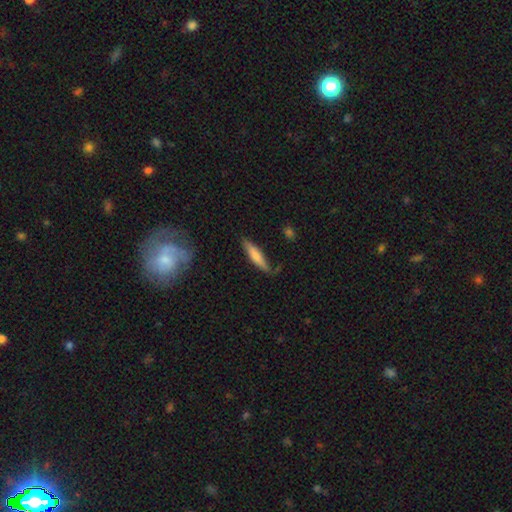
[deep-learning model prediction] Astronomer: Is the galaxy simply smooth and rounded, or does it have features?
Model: smooth — 70%.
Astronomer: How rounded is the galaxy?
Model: cigar-shaped — 82%.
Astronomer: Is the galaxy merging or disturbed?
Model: none — 75%.